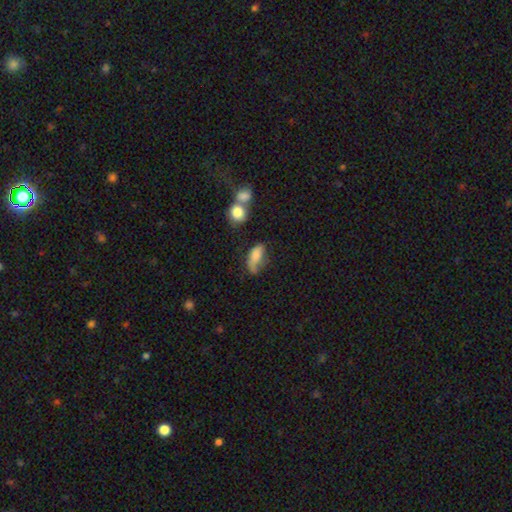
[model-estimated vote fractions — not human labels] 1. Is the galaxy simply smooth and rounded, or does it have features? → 71% smooth, 20% featured or disk, 9% star or artifact.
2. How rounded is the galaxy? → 83% in between, 11% cigar-shaped, 6% round.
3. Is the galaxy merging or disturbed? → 32% none, 31% minor disturbance, 28% major disturbance, 10% merger.